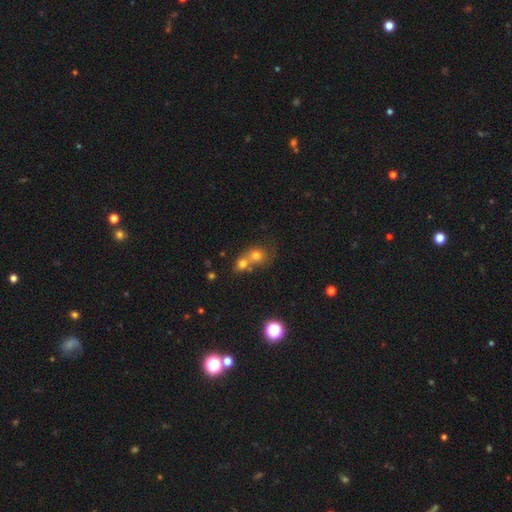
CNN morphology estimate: This is likely a smooth galaxy (64%). How rounded: likely round (79%). Merging: possibly merger (59%).